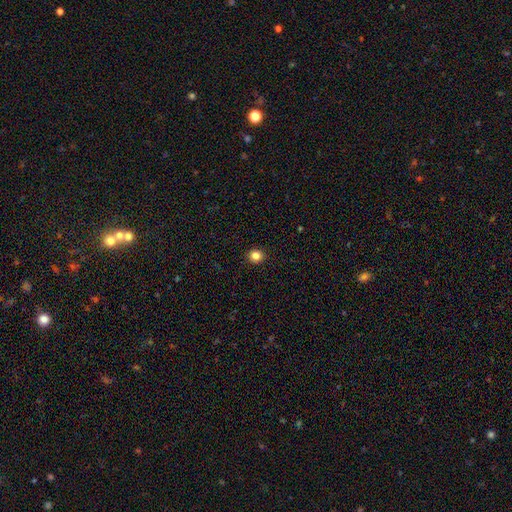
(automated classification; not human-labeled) A smooth galaxy with no disk features (84%) that is round (90%). Merging: none (93%).